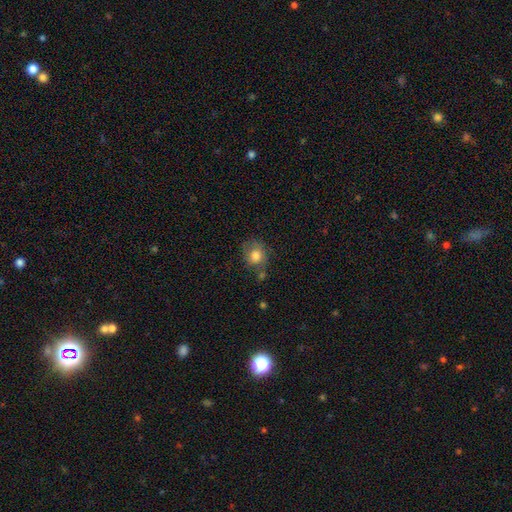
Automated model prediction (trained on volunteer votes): smooth 79%, featured or disk 12%, star or artifact 9%. Down the decision tree: how rounded — round (78%); merging — none (58%).